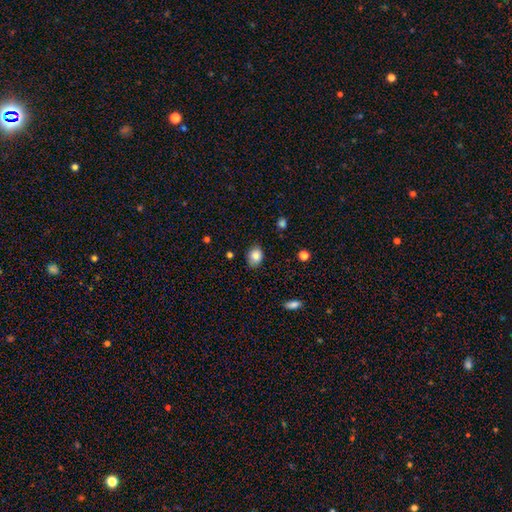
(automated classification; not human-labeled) Q: Smooth or featured?
A: smooth (83%); runner-up: star or artifact (9%)
Q: How rounded?
A: in between (61%); runner-up: round (38%)
Q: Merging?
A: none (82%); runner-up: minor disturbance (14%)